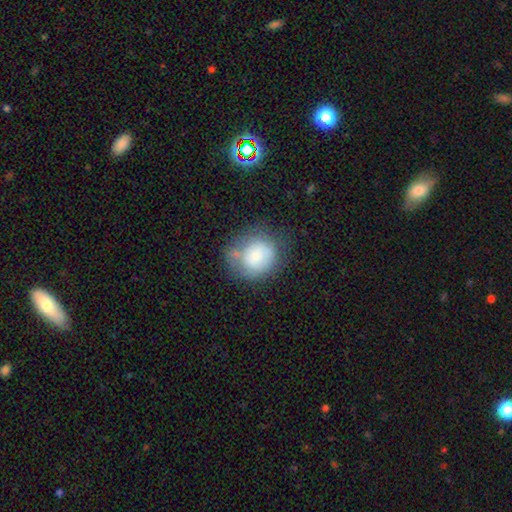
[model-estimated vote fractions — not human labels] Morphology: type=smooth (72%); roundness=round (76%); merging=none (51%).